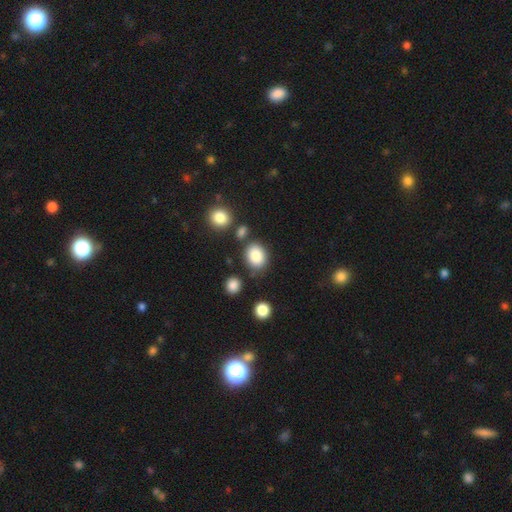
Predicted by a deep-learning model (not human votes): This is clearly a smooth galaxy (85%). How rounded: possibly round (51%). Merging: likely none (75%).